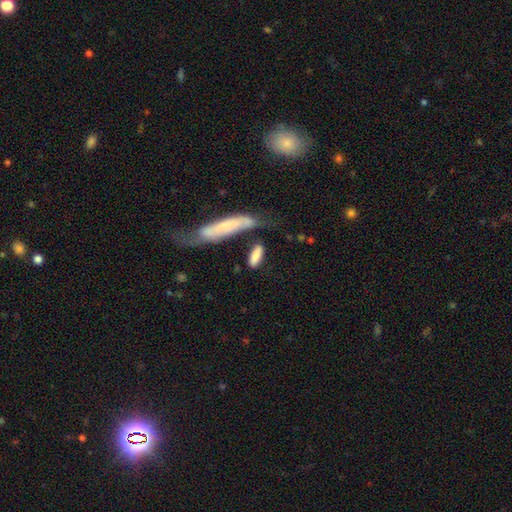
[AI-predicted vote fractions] A smooth galaxy with no disk features (82%) that is in between round and cigar-shaped (51%). Merging: none (57%).